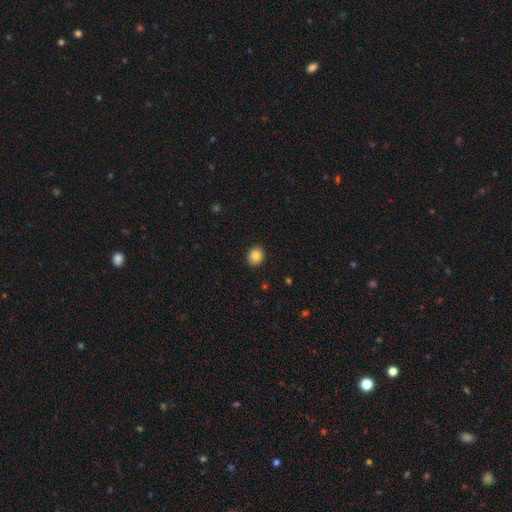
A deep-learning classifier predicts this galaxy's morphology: A smooth galaxy with no disk features (84%) that is round (72%).

Vote fractions:
- Smooth or featured? smooth: 84% / star or artifact: 9% / featured or disk: 7%
- How rounded? round: 72% / in between: 27% / cigar-shaped: 1%
- Merging? none: 92% / minor disturbance: 6% / major disturbance: 2% / merger: 1%